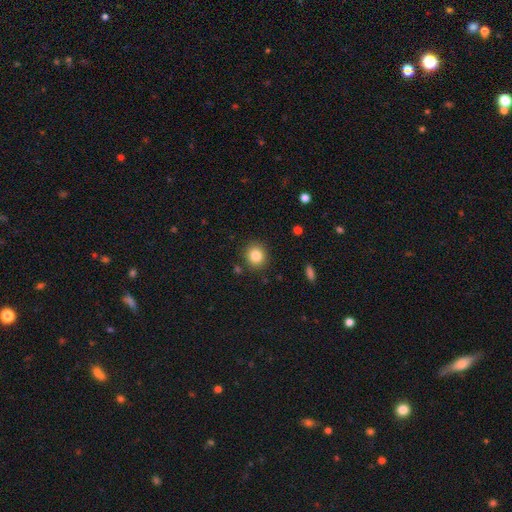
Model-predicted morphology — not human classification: Smooth or featured? smooth (84%)
How rounded? round (85%)
Merging? none (88%)